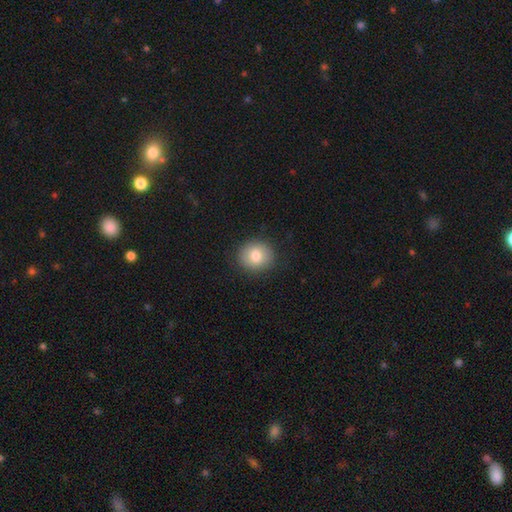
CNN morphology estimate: Smooth or featured?
  - smooth: 80% *
  - featured or disk: 11%
  - star or artifact: 9%
How rounded?
  - round: 82% *
  - in between: 17%
  - cigar-shaped: 1%
Merging?
  - none: 89% *
  - minor disturbance: 8%
  - major disturbance: 2%
  - merger: 1%